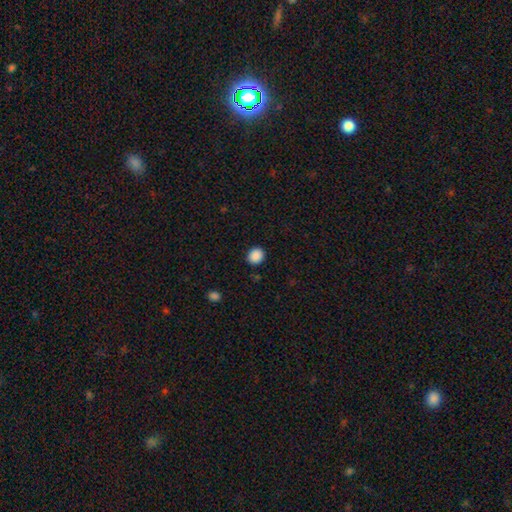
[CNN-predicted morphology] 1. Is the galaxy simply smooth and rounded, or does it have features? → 89% smooth, 9% star or artifact, 3% featured or disk.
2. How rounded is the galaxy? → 79% round, 20% in between, 1% cigar-shaped.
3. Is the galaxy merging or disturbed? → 90% none, 7% minor disturbance, 2% major disturbance, 1% merger.